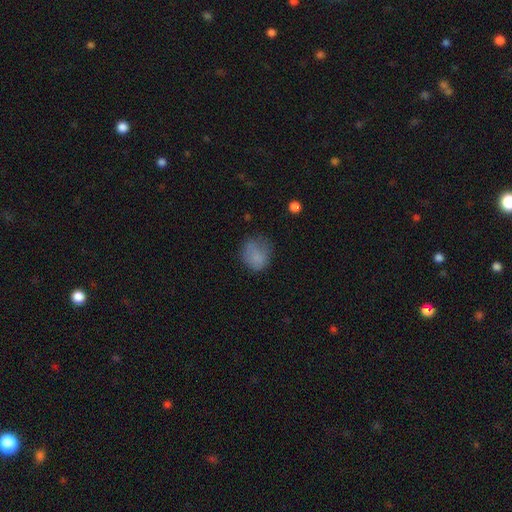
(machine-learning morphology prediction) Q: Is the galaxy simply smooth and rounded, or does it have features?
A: smooth — 78%.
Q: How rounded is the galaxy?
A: round — 57%.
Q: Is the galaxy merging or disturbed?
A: none — 55%.